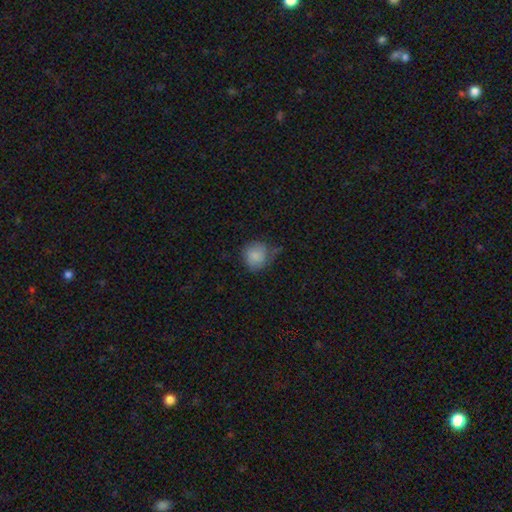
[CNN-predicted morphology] This appears to be a smooth galaxy with no disk features (83%) that is round (83%). Merging: none (56%).